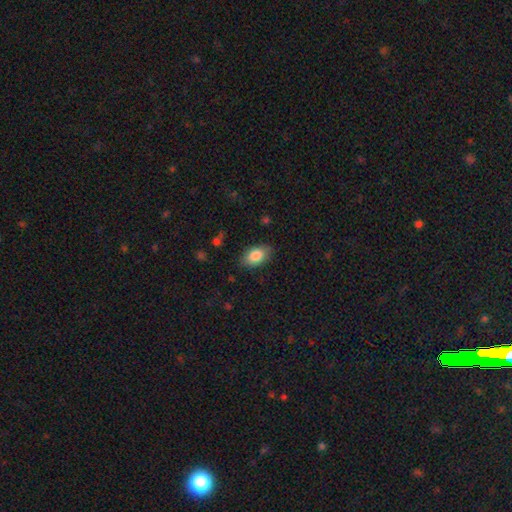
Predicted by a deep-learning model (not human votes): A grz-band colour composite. It shows a smooth galaxy with no disk features (84%) that is in between round and cigar-shaped (92%). Merging: none (84%).